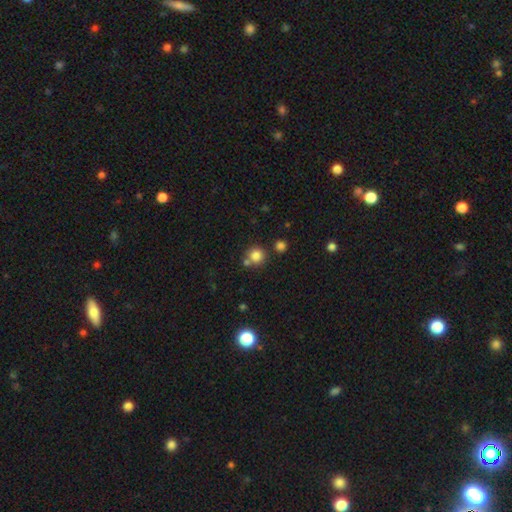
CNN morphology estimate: smooth 81%, star or artifact 13%, featured or disk 7%. Down the decision tree: how rounded — round (92%); merging — none (69%).